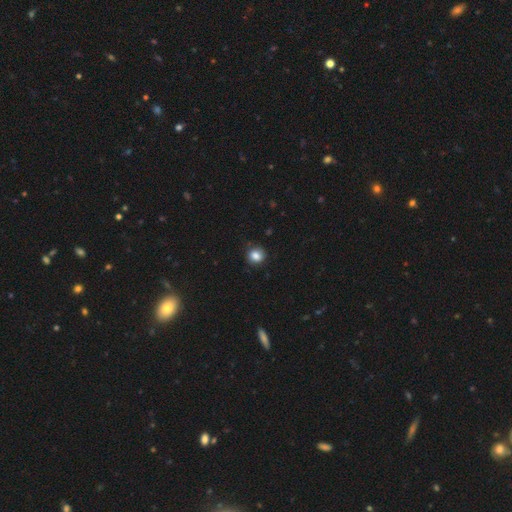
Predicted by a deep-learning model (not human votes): Smooth or featured: smooth — 84% (star or artifact — 10%)
How rounded: round — 82% (in between — 18%)
Merging: none — 83% (minor disturbance — 13%)